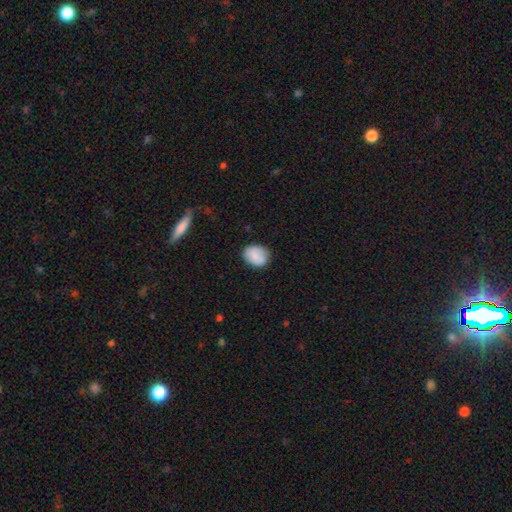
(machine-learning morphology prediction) smooth-or-featured: smooth: 84% | featured or disk: 9% | star or artifact: 7%
  how-rounded: in between: 54% | round: 45% | cigar-shaped: 1%
  merging: none: 78% | minor disturbance: 17% | major disturbance: 3% | merger: 2%